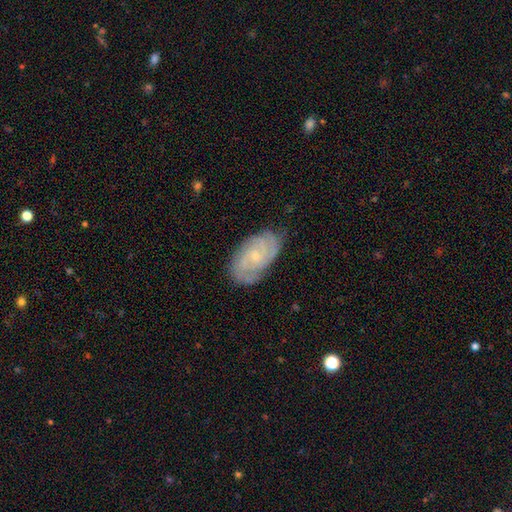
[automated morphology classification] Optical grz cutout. It shows a featured or disk galaxy (78%) with no bar (68%), tight (64%) spiral arms (95%) and a small central bulge (74%). Merging: none (77%).